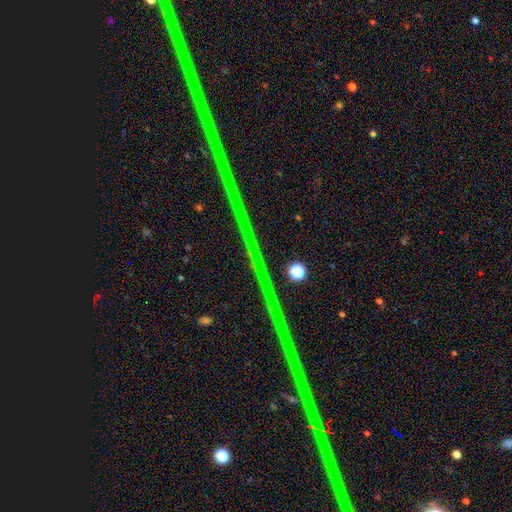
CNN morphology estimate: A star or artifact, not a galaxy (87%).

Vote fractions:
- Smooth or featured? star or artifact: 87% / featured or disk: 8% / smooth: 4%